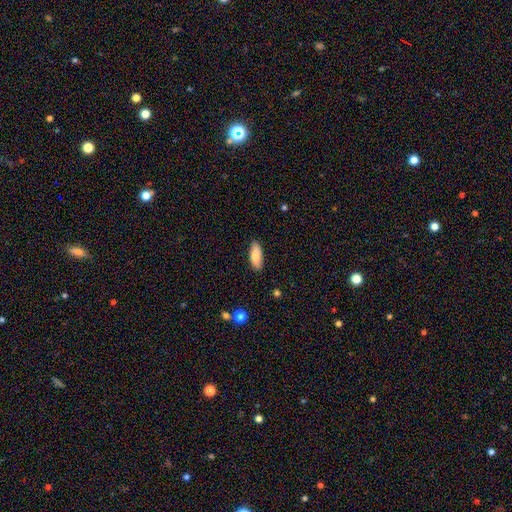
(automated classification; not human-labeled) Smooth or featured? smooth (82%)
How rounded? in between (74%)
Merging? none (87%)